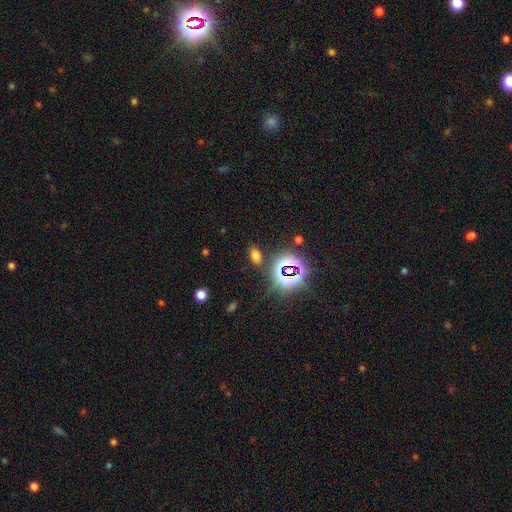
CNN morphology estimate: smooth_or_featured: smooth (p=0.59) [alt: star or artifact p=0.34]
how_rounded: in between (p=0.85) [alt: round p=0.11]
merging: none (p=0.83) [alt: minor disturbance p=0.09]